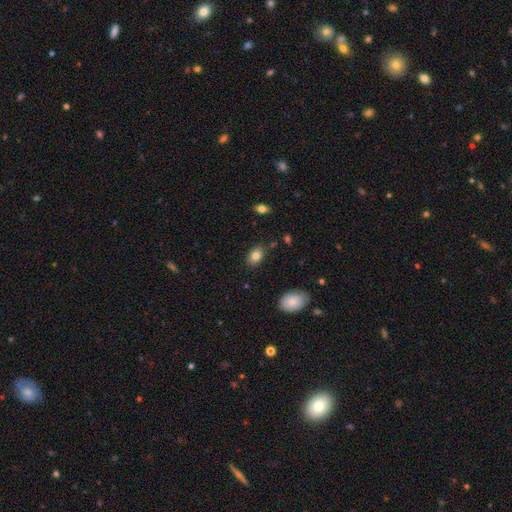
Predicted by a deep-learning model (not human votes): smooth-or-featured: smooth: 82% | star or artifact: 9% | featured or disk: 8%
  how-rounded: in between: 81% | round: 17% | cigar-shaped: 1%
  merging: none: 83% | minor disturbance: 12% | major disturbance: 3% | merger: 2%